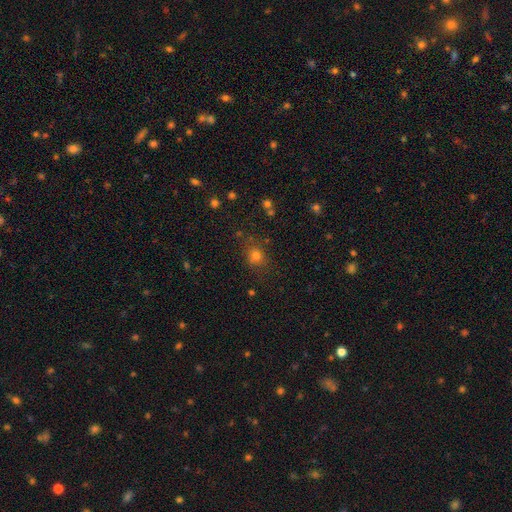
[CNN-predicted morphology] Smooth or featured? Predicted: smooth (p=0.71). How rounded? Predicted: round (p=0.76). Merging? Predicted: none (p=0.80).